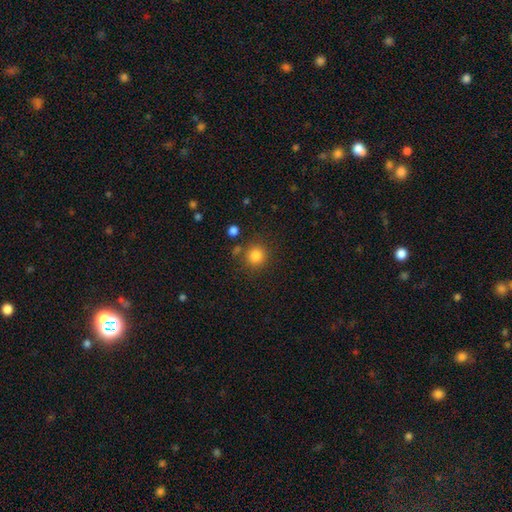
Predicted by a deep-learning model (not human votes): smooth 83%, star or artifact 12%, featured or disk 5%. Down the decision tree: how rounded — round (92%); merging — none (82%).